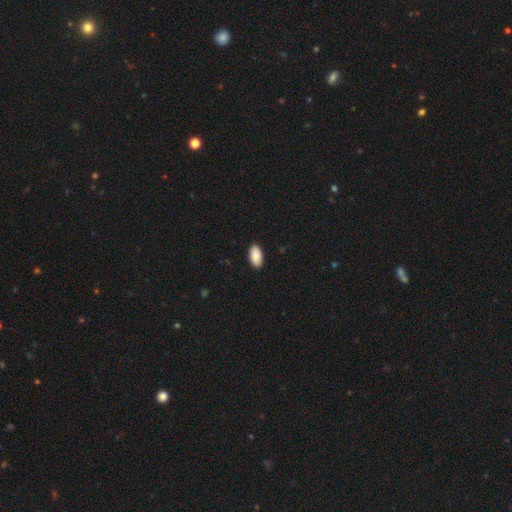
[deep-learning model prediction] A smooth galaxy with no disk features (89%) that is in between round and cigar-shaped (95%). Merging: none (90%).